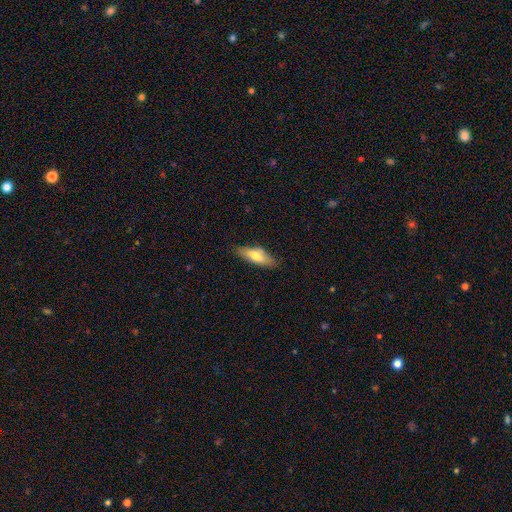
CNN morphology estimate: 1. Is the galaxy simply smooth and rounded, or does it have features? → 70% smooth, 24% featured or disk, 6% star or artifact.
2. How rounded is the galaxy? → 58% in between, 40% cigar-shaped, 2% round.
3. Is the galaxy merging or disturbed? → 78% none, 16% minor disturbance, 3% major disturbance, 2% merger.